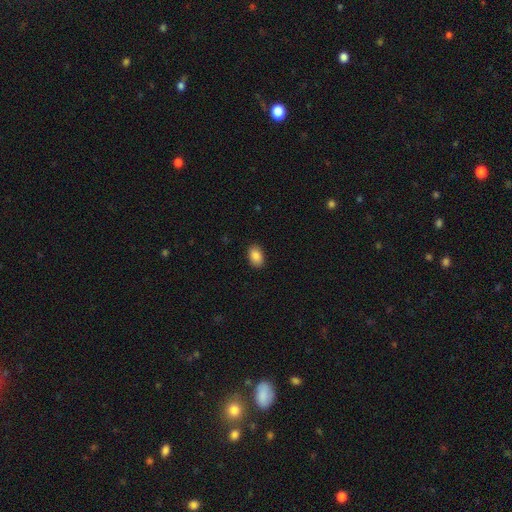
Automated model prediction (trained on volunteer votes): A smooth galaxy with no disk features (88%) that is in between round and cigar-shaped (89%).

Vote fractions:
- Smooth or featured? smooth: 88% / star or artifact: 8% / featured or disk: 5%
- How rounded? in between: 89% / round: 10% / cigar-shaped: 1%
- Merging? none: 89% / minor disturbance: 8% / major disturbance: 2% / merger: 1%